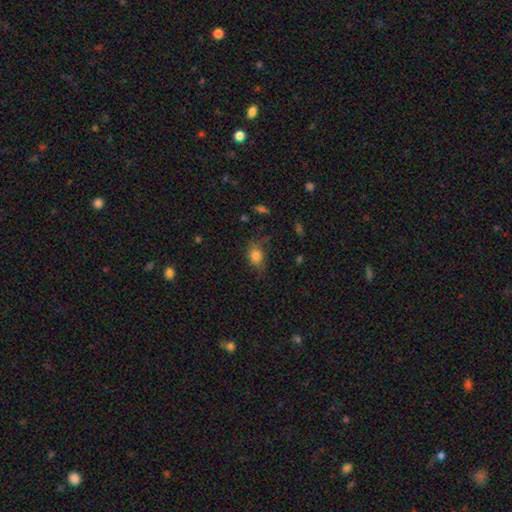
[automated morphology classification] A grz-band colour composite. It shows a smooth galaxy with no disk features (79%) that is in between round and cigar-shaped (60%). Merging: none (61%).